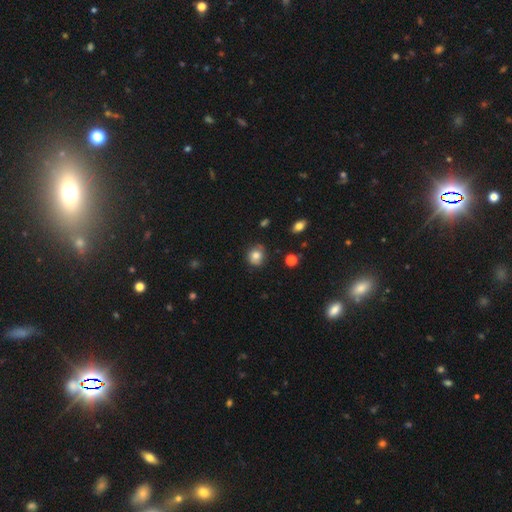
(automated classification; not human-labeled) A smooth galaxy with no disk features (80%) that is round (78%).

Vote fractions:
- Smooth or featured? smooth: 80% / star or artifact: 10% / featured or disk: 10%
- How rounded? round: 78% / in between: 21% / cigar-shaped: 1%
- Merging? none: 77% / minor disturbance: 17% / major disturbance: 3% / merger: 2%